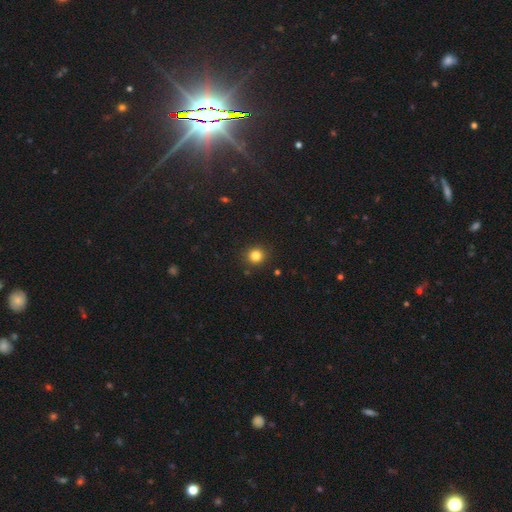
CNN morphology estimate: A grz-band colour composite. It shows a smooth galaxy with no disk features (83%) that is round (91%). Merging: none (90%).